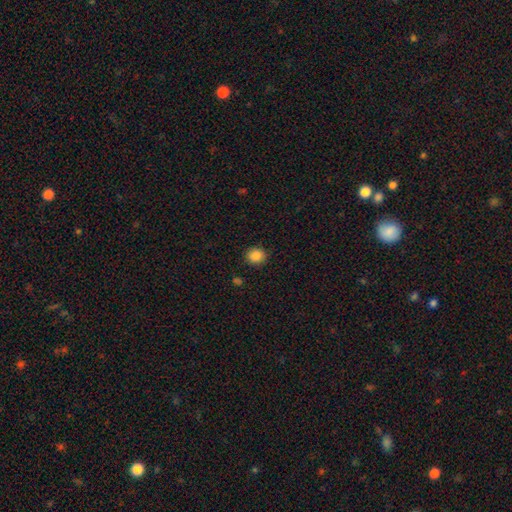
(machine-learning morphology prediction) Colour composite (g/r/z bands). It shows a smooth galaxy with no disk features (86%) that is round (81%). Merging: none (90%).